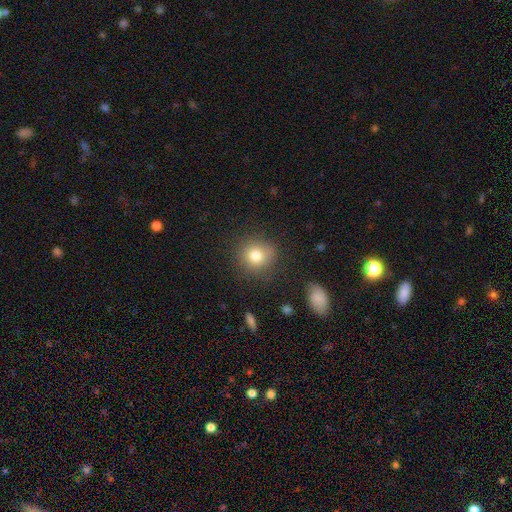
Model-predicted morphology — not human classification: smooth-or-featured: smooth: 81% | star or artifact: 11% | featured or disk: 9%
  how-rounded: round: 86% | in between: 13% | cigar-shaped: 1%
  merging: none: 82% | minor disturbance: 12% | major disturbance: 4% | merger: 2%